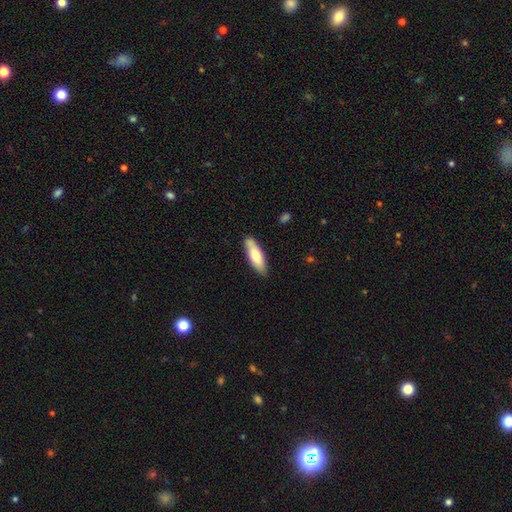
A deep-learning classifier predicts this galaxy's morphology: Smooth or featured? Predicted: smooth (p=0.70). How rounded? Predicted: in between (p=0.49, tied with cigar-shaped). Merging? Predicted: none (p=0.83).